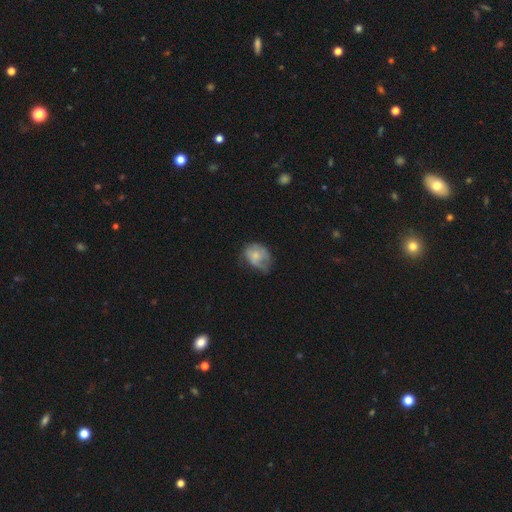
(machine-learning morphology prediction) Smooth or featured?
  - smooth: 61% *
  - featured or disk: 31%
  - star or artifact: 8%
How rounded?
  - in between: 57% *
  - round: 42%
  - cigar-shaped: 1%
Merging?
  - minor disturbance: 38% *
  - none: 36%
  - major disturbance: 25%
  - merger: 2%